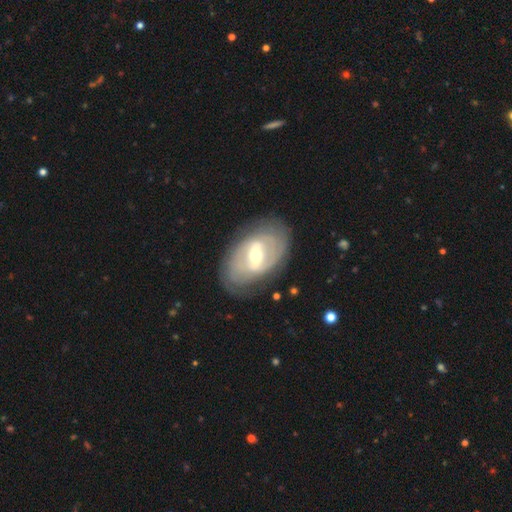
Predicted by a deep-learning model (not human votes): Morphology: type=featured or disk (80%); edge-on=no (94%); bar=strong (52%); spiral arms=yes (74%); winding=tight (60%); arm count=2 (47%); bulge=moderate (67%); merging=none (78%).